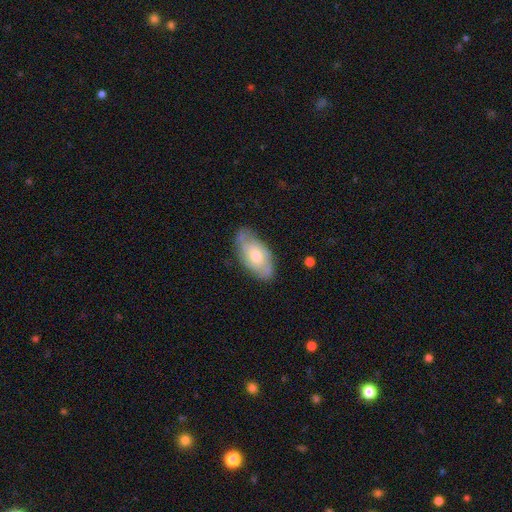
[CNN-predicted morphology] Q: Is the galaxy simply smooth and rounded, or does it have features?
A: featured or disk — 53%.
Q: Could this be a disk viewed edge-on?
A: no — 89%.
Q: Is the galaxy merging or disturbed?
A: none — 71%.